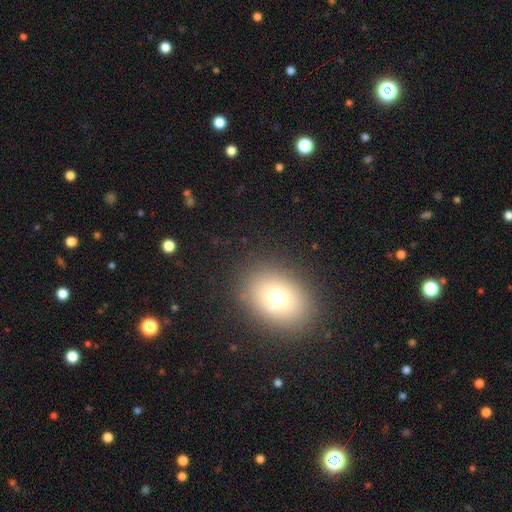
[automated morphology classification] A smooth galaxy with no disk features (68%) that is in between round and cigar-shaped (63%). Merging: none (89%).